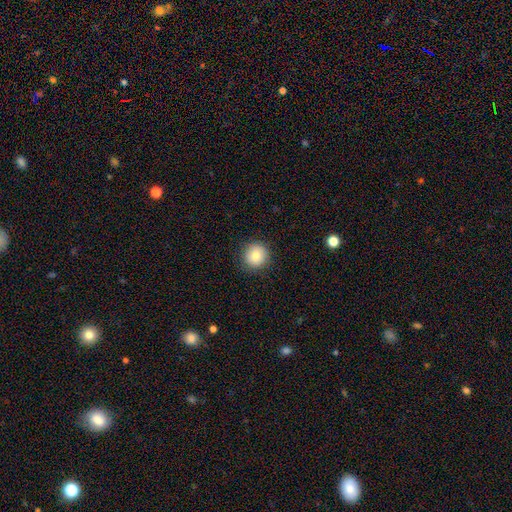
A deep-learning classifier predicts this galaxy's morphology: Smooth or featured: smooth — 81% (featured or disk — 10%)
How rounded: round — 93% (in between — 6%)
Merging: none — 90% (minor disturbance — 7%)